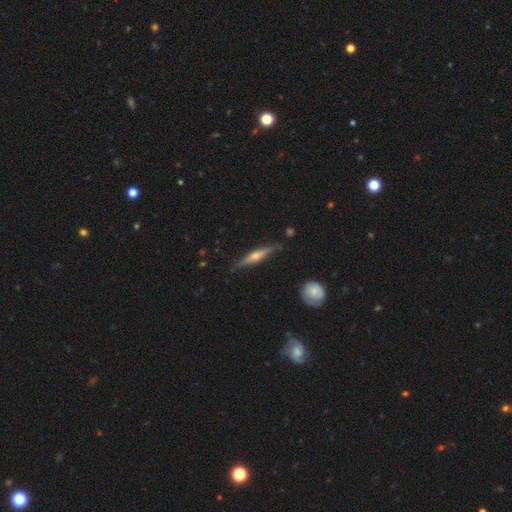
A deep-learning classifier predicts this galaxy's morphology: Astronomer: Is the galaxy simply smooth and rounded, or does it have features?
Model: featured or disk — 70%.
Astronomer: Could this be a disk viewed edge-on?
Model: yes — 97%.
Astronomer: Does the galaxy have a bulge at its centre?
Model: rounded — 81%.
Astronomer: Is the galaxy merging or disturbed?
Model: none — 84%.